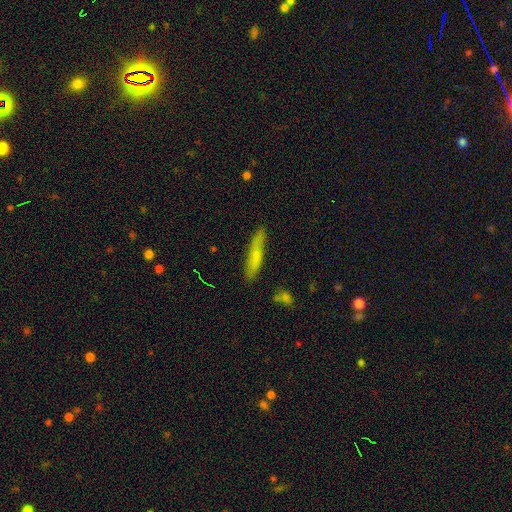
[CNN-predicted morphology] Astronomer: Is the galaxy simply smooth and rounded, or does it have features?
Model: smooth — 67%.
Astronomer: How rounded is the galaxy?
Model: cigar-shaped — 90%.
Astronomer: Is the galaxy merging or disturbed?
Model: none — 81%.